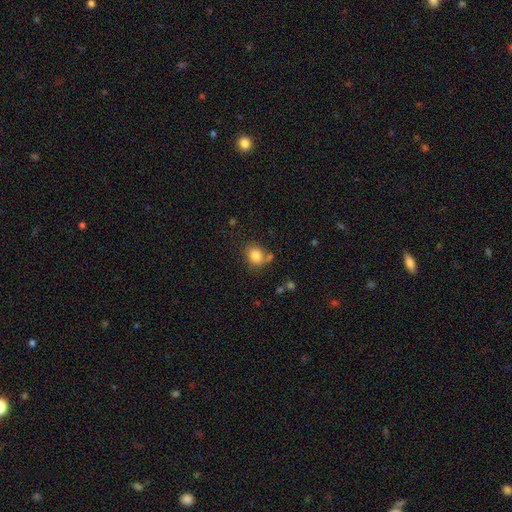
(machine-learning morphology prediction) The model was most divided on "how rounded": round: 65%, in between: 34%, cigar-shaped: 1%. More confident: smooth or featured — smooth (82%); merging — none (65%).